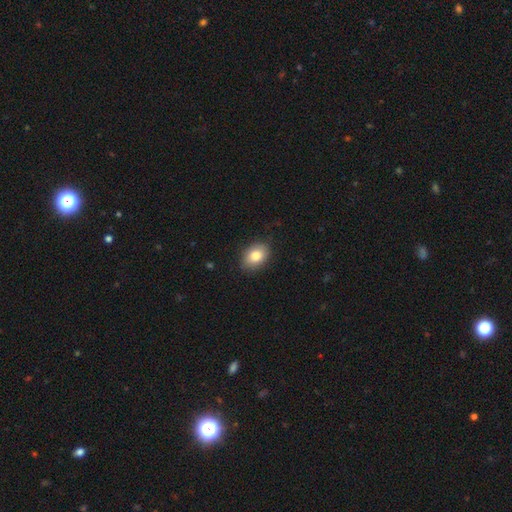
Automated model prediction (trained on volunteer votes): A smooth galaxy with no disk features (83%) that is in between round and cigar-shaped (79%). Merging: none (85%).